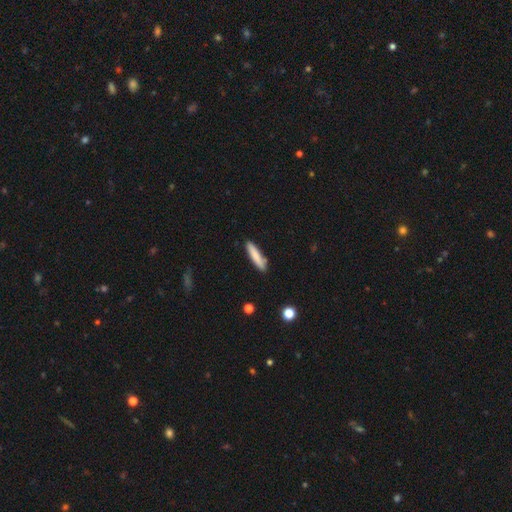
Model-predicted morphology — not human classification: type=smooth (81%); roundness=cigar-shaped (86%); merging=none (84%).